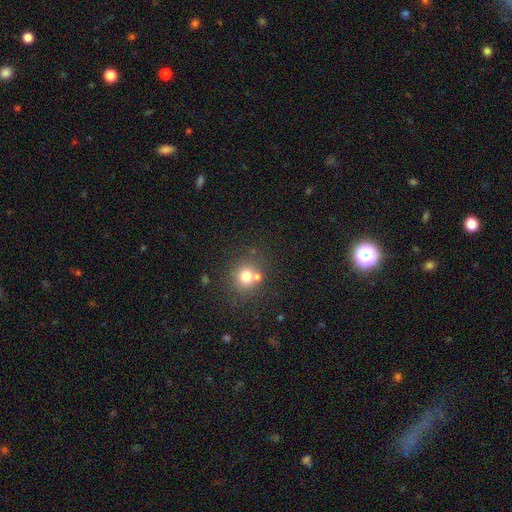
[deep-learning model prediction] Morphology: type=smooth (59%); roundness=round (88%); merging=none (77%).